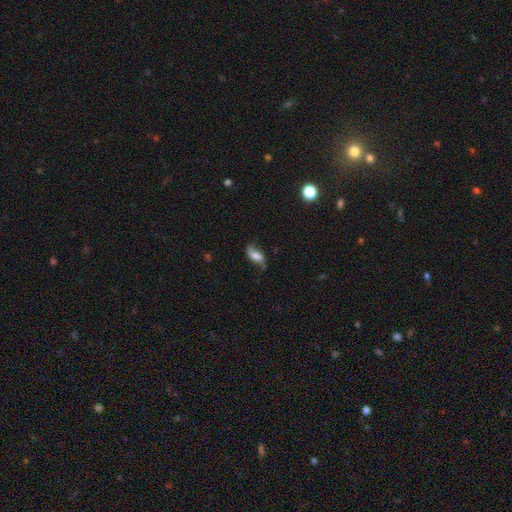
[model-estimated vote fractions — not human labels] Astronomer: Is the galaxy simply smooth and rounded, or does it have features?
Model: smooth — 55% (runner-up: featured or disk, 35%).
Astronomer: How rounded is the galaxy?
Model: in between — 85%.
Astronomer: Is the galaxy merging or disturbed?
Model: none — 53% (runner-up: minor disturbance, 31%).